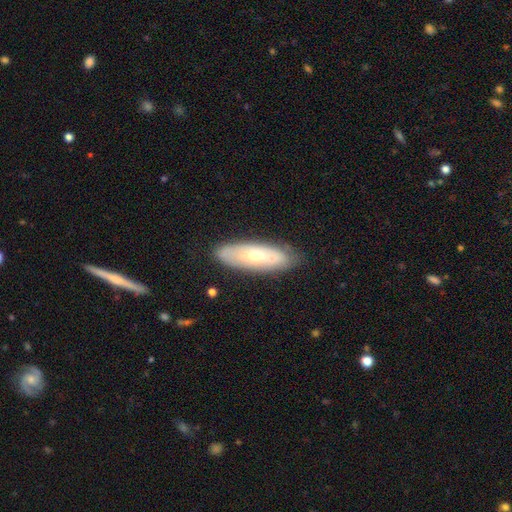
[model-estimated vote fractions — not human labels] Smooth or featured?
  - smooth: 48% *
  - featured or disk: 46%
  - star or artifact: 6%
Merging?
  - none: 77% *
  - minor disturbance: 16%
  - major disturbance: 4%
  - merger: 4%